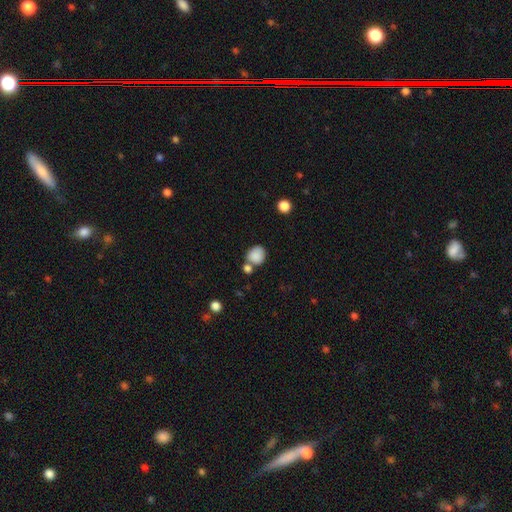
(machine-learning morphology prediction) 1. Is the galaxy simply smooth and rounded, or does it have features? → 86% smooth, 9% star or artifact, 5% featured or disk.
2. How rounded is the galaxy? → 73% round, 26% in between, 1% cigar-shaped.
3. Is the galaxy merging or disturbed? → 57% none, 25% merger, 13% minor disturbance, 4% major disturbance.